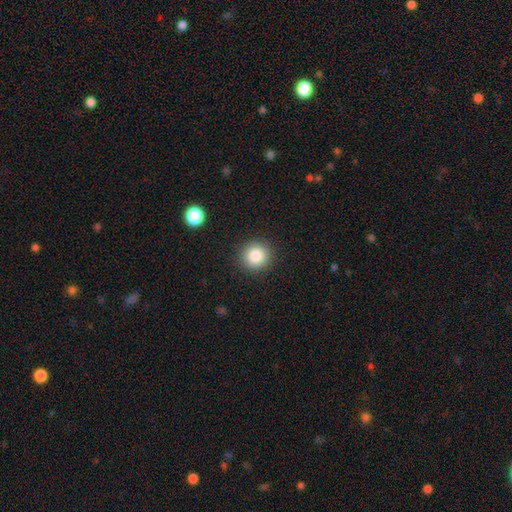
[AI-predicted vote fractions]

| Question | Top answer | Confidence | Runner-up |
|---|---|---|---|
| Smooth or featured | smooth | 85% | star or artifact (10%) |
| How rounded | round | 91% | in between (8%) |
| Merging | none | 91% | minor disturbance (6%) |